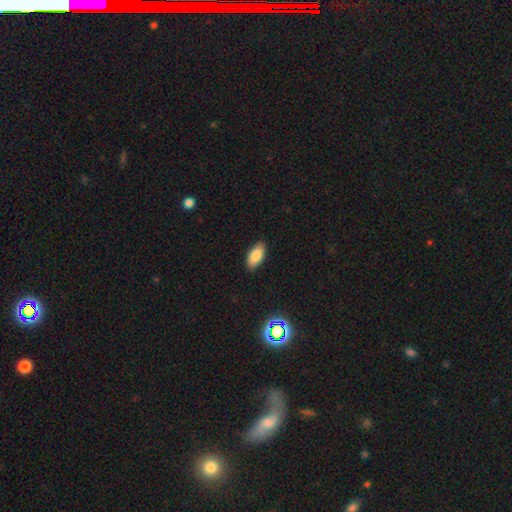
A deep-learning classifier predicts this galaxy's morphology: This is clearly a smooth galaxy (86%). How rounded: clearly in between (93%). Merging: clearly none (87%).